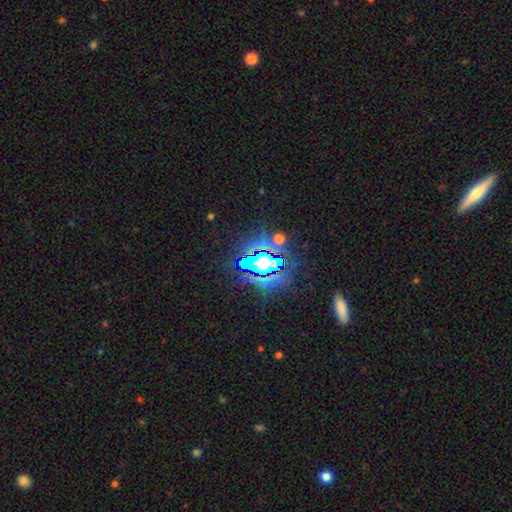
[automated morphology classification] A star or artifact, not a galaxy (67%).

Vote fractions:
- Smooth or featured? star or artifact: 67% / smooth: 20% / featured or disk: 13%